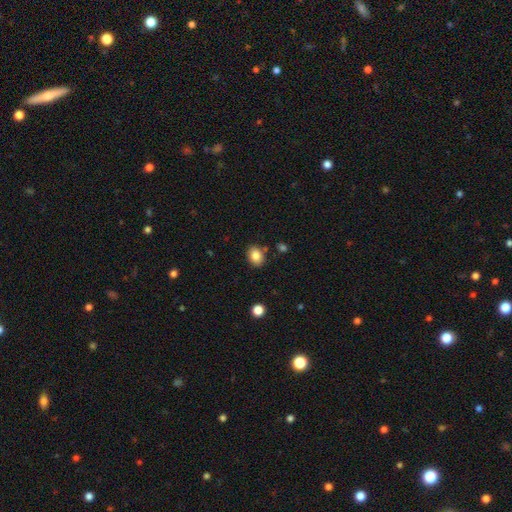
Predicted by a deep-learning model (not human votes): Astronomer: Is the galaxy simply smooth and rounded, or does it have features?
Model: smooth — 85%.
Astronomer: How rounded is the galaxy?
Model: in between — 55% (runner-up: round, 44%).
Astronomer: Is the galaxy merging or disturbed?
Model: none — 82%.